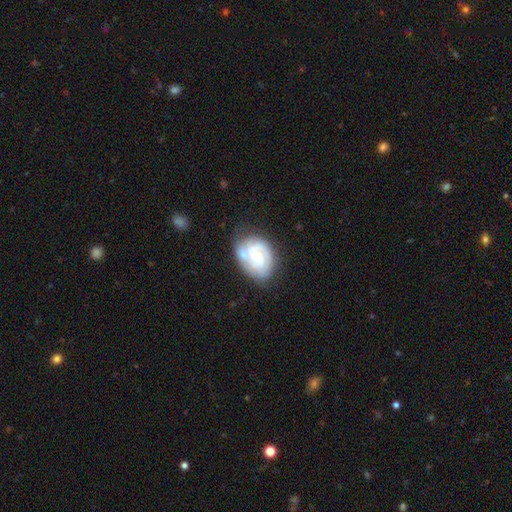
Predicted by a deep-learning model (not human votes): featured or disk 70%, smooth 24%, star or artifact 6%. Down the decision tree: edge-on disk — no (98%); bar — no (61%); spiral arms — yes (86%); spiral arm count — 2 (40%); spiral winding — tight (52%); bulge size — small (57%); merging — none (56%).